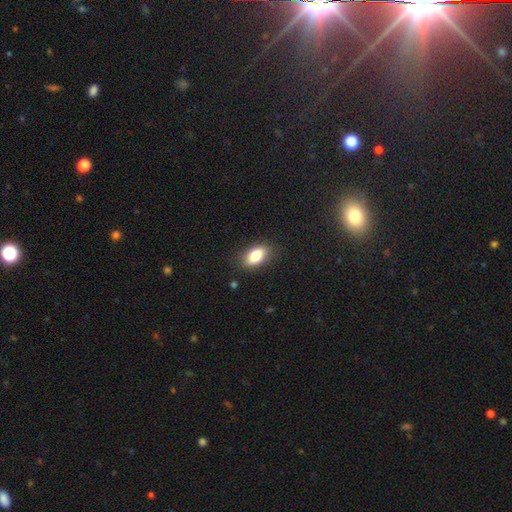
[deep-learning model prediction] This appears to be a smooth galaxy with no disk features (83%) that is in between round and cigar-shaped (89%). Merging: none (84%).